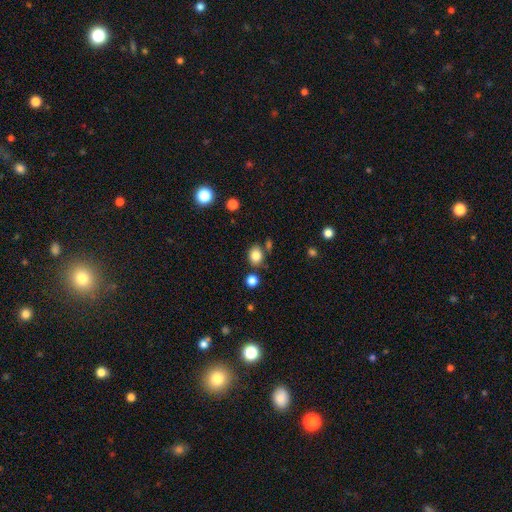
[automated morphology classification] The model was most divided on "how rounded": round: 55%, in between: 44%, cigar-shaped: 1%. More confident: smooth or featured — smooth (83%); merging — none (75%).